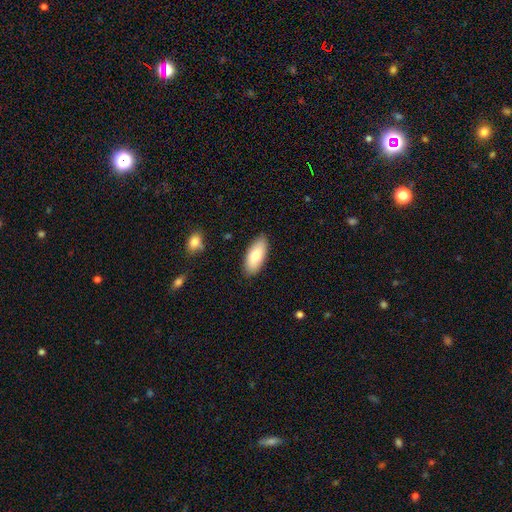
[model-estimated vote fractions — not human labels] The model was most divided on "smooth or featured": smooth: 78%, featured or disk: 16%, star or artifact: 6%. More confident: how rounded — in between (88%); merging — none (87%).